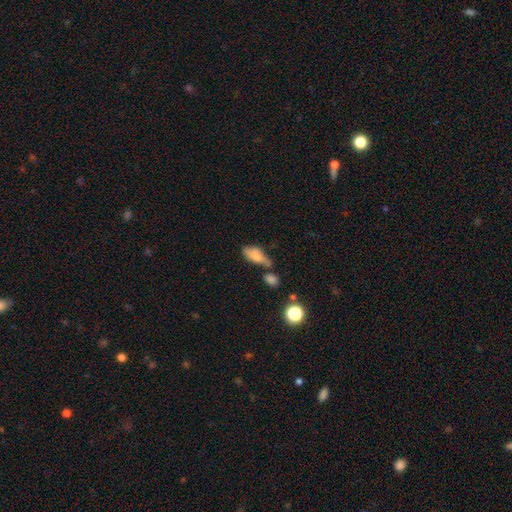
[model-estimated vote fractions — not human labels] Overall: smooth (75%). How rounded: in between (83%). Merging: none (36%; merger 28%).